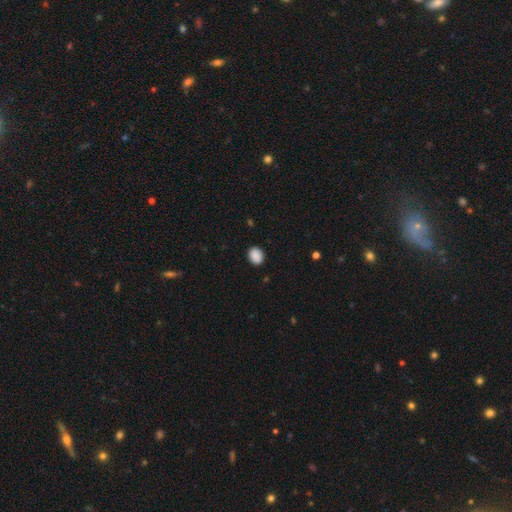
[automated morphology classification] smooth 89%, star or artifact 8%, featured or disk 3%. Down the decision tree: how rounded — in between (55%); merging — none (88%).